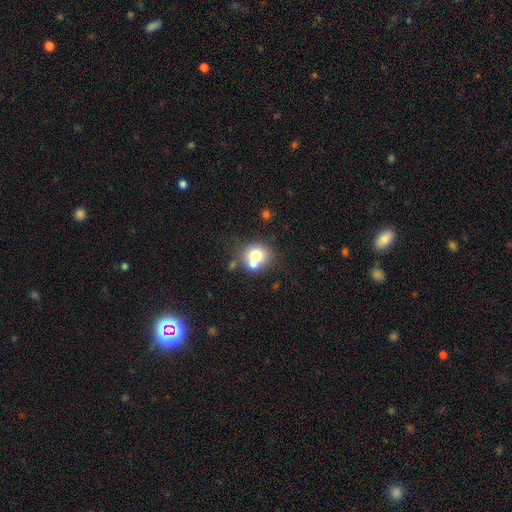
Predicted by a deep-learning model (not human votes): smooth 70%, featured or disk 18%, star or artifact 11%. Down the decision tree: how rounded — round (77%); merging — none (48%).